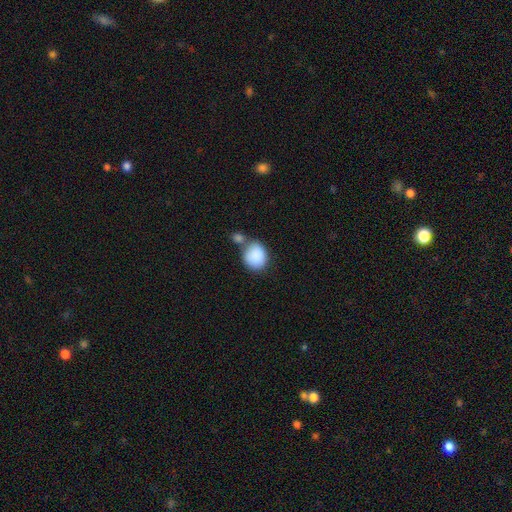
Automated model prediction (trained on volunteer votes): Overall: smooth (88%). How rounded: round (63%; in between 36%). Merging: none (43%; merger 34%).